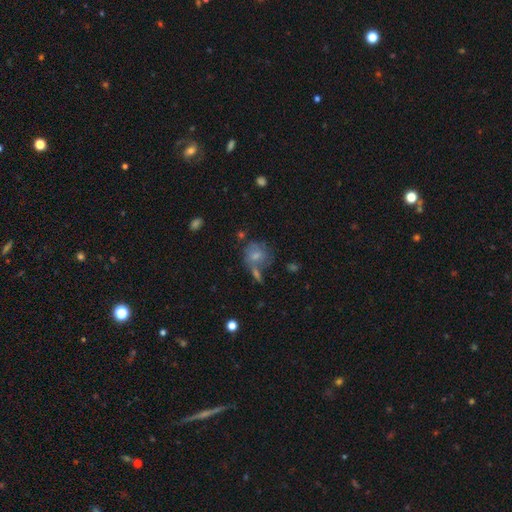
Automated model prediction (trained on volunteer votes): smooth 65%, featured or disk 25%, star or artifact 11%. Down the decision tree: how rounded — round (67%); merging — none (46%).